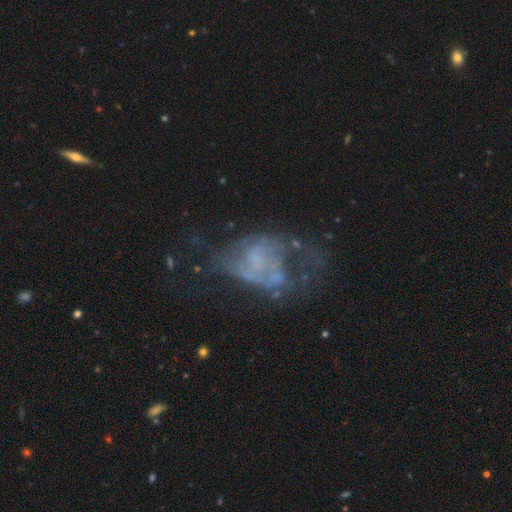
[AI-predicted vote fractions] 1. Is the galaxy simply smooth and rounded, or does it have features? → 66% featured or disk, 21% smooth, 14% star or artifact.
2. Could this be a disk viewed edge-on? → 98% no, 2% yes.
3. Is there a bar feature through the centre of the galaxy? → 79% no, 17% weak, 4% strong.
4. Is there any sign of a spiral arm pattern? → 61% no, 39% yes.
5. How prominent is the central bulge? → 69% none, 16% small, 10% moderate, 4% large, 1% dominant.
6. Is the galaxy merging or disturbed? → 45% major disturbance, 30% none, 18% minor disturbance, 8% merger.